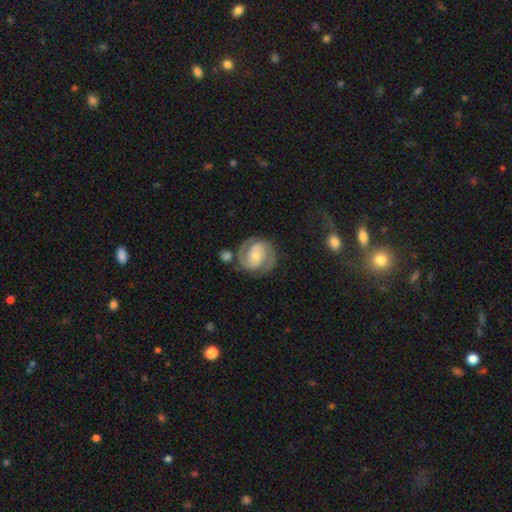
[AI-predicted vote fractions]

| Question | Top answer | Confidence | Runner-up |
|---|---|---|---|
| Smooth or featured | featured or disk | 84% | smooth (11%) |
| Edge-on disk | no | 98% | yes (2%) |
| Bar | no | 55% | weak (32%) |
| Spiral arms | yes | 96% | no (4%) |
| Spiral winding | tight | 61% | medium (32%) |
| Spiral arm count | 2 | 84% | can't tell (6%) |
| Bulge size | moderate | 47% | small (46%) |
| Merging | none | 73% | minor disturbance (14%) |